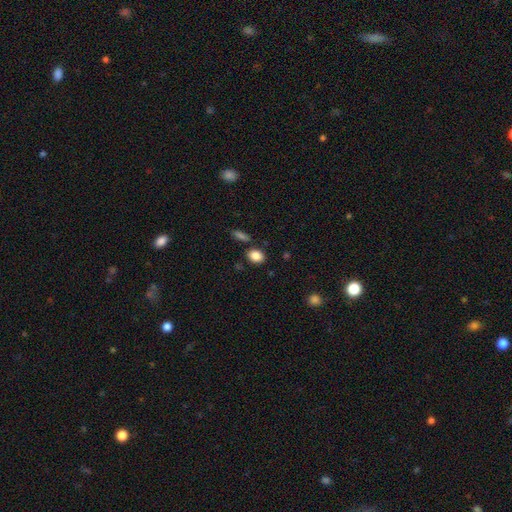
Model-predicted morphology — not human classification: smooth 87%, star or artifact 9%, featured or disk 4%. Down the decision tree: how rounded — in between (61%); merging — none (79%).